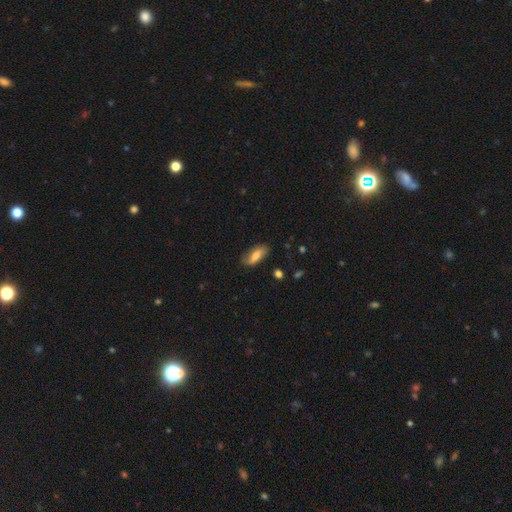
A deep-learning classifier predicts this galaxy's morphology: Smooth or featured?
  - smooth: 70% *
  - featured or disk: 23%
  - star or artifact: 7%
How rounded?
  - in between: 77% *
  - cigar-shaped: 20%
  - round: 3%
Merging?
  - none: 77% *
  - minor disturbance: 18%
  - major disturbance: 3%
  - merger: 2%